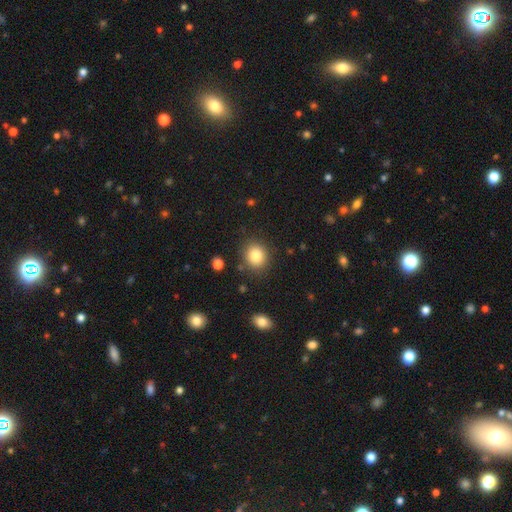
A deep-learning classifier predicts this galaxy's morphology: Smooth or featured: smooth — 84% (star or artifact — 10%)
How rounded: round — 75% (in between — 24%)
Merging: none — 86% (minor disturbance — 9%)